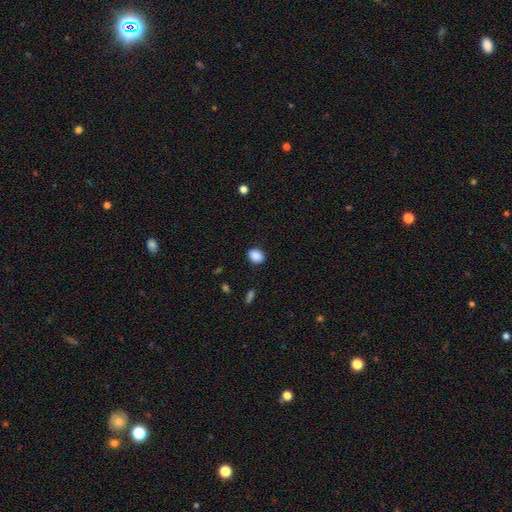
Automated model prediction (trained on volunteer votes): smooth 89%, star or artifact 8%, featured or disk 3%. Down the decision tree: how rounded — in between (54%); merging — none (88%).